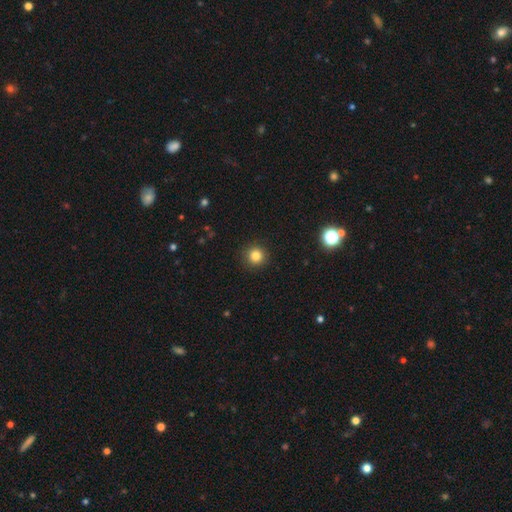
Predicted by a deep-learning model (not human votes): Smooth or featured?
  - smooth: 82% *
  - star or artifact: 12%
  - featured or disk: 5%
How rounded?
  - round: 95% *
  - in between: 4%
  - cigar-shaped: 1%
Merging?
  - none: 92% *
  - minor disturbance: 5%
  - major disturbance: 2%
  - merger: 1%